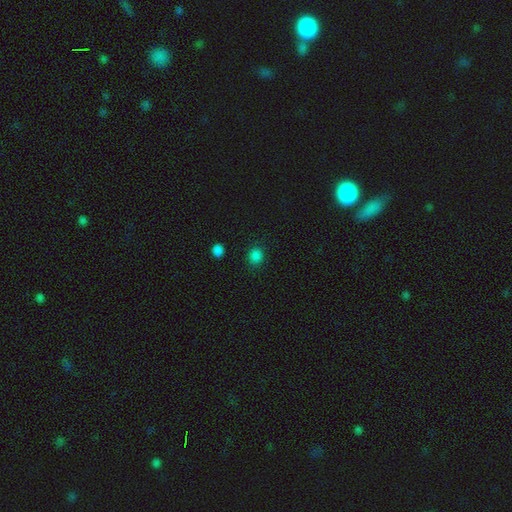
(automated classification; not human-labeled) Smooth or featured? smooth (83%)
How rounded? round (81%)
Merging? none (88%)